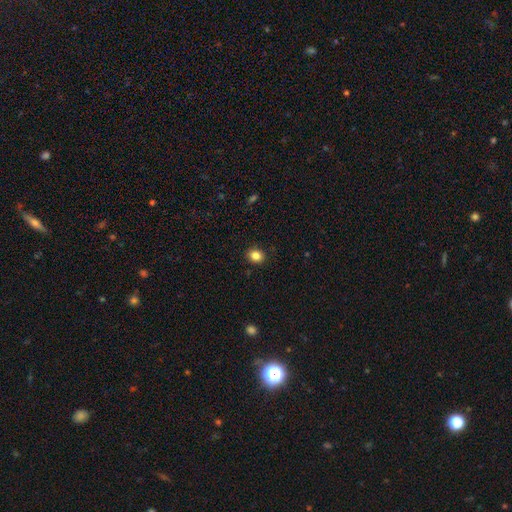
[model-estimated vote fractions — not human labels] Smooth or featured?
  - smooth: 84% *
  - star or artifact: 10%
  - featured or disk: 5%
How rounded?
  - round: 59% *
  - in between: 40%
  - cigar-shaped: 1%
Merging?
  - none: 90% *
  - minor disturbance: 7%
  - major disturbance: 2%
  - merger: 1%